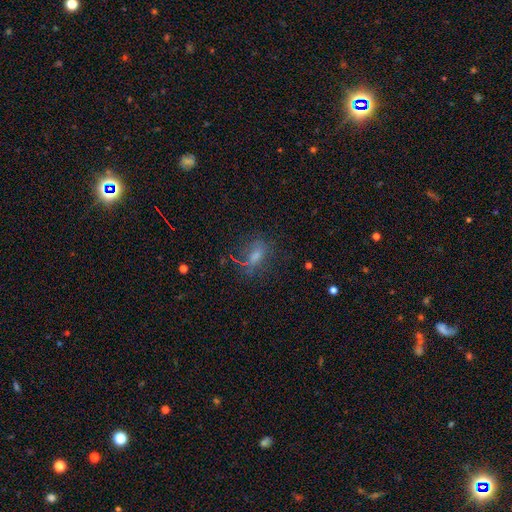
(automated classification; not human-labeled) This is possibly a smooth galaxy (49%). Merging: likely none (64%).